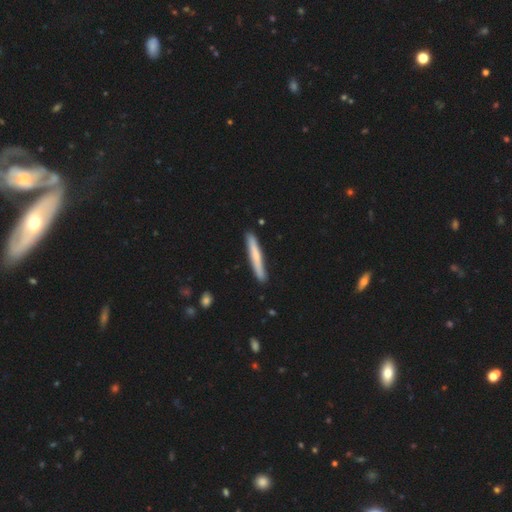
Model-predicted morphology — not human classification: This appears to be a smooth galaxy with no disk features (60%) that is cigar-shaped (96%). Merging: none (89%).